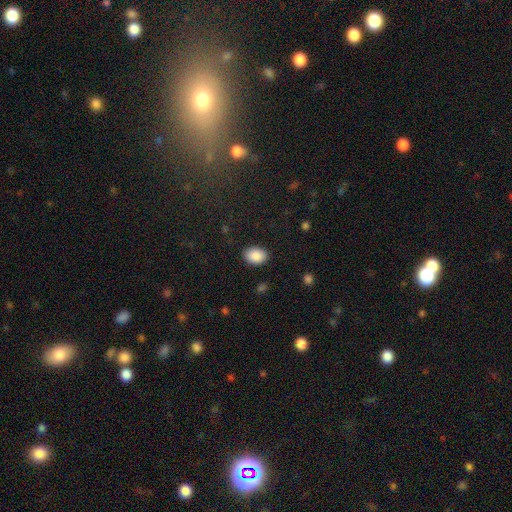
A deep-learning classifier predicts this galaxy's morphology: smooth-or-featured: smooth: 89% | star or artifact: 7% | featured or disk: 4%
  how-rounded: in between: 76% | round: 24% | cigar-shaped: 1%
  merging: none: 88% | minor disturbance: 9% | major disturbance: 2% | merger: 1%